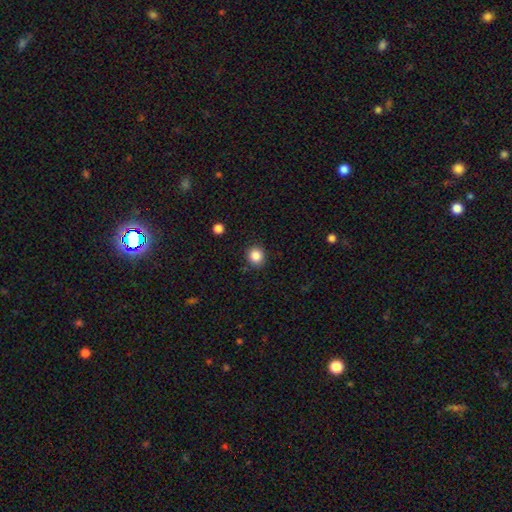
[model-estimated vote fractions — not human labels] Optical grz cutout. It shows a smooth galaxy with no disk features (86%) that is round (85%). Merging: none (89%).